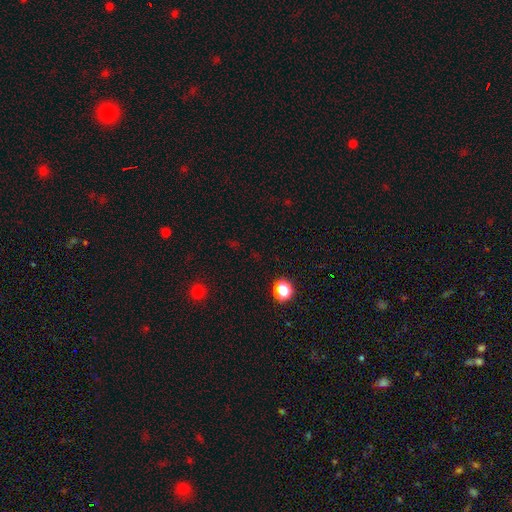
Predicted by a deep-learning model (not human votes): This appears to be a star or artifact, not a galaxy (65%).